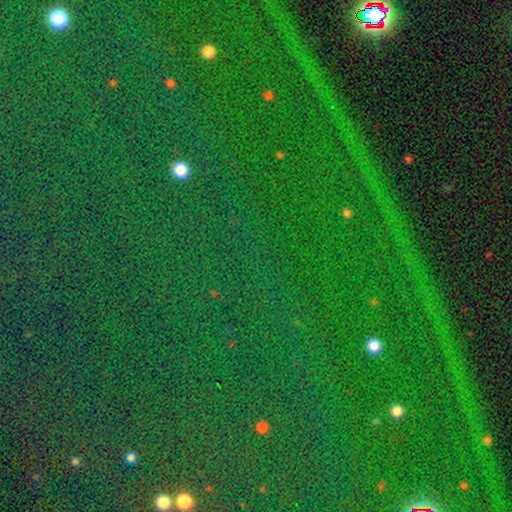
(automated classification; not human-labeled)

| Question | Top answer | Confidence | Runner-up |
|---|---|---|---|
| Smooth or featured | star or artifact | 83% | smooth (10%) |